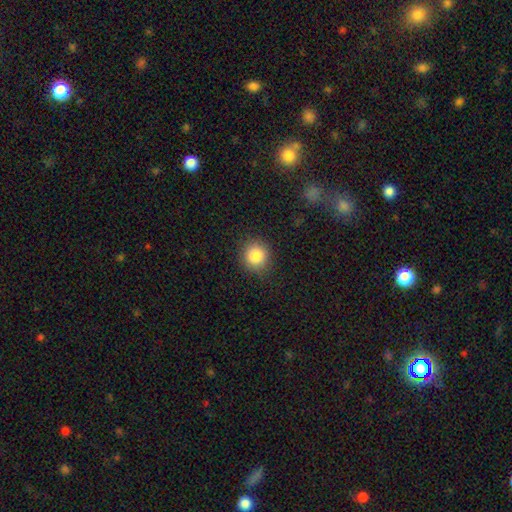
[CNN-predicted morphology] Q: Smooth or featured?
A: smooth (85%); runner-up: star or artifact (10%)
Q: How rounded?
A: round (88%); runner-up: in between (11%)
Q: Merging?
A: none (88%); runner-up: minor disturbance (9%)